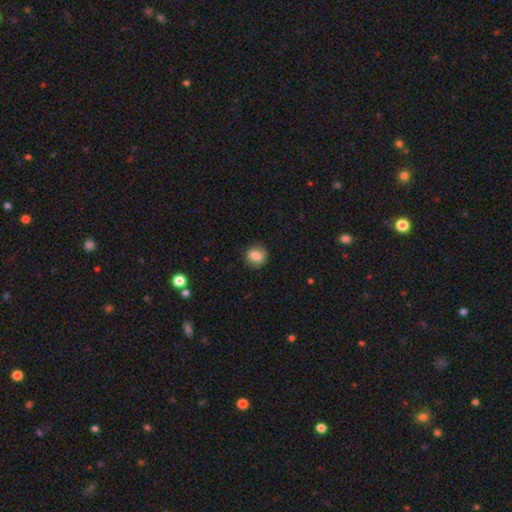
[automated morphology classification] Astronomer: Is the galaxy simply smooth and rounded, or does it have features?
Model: smooth — 83%.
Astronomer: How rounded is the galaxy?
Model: round — 77%.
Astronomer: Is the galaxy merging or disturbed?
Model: none — 81%.